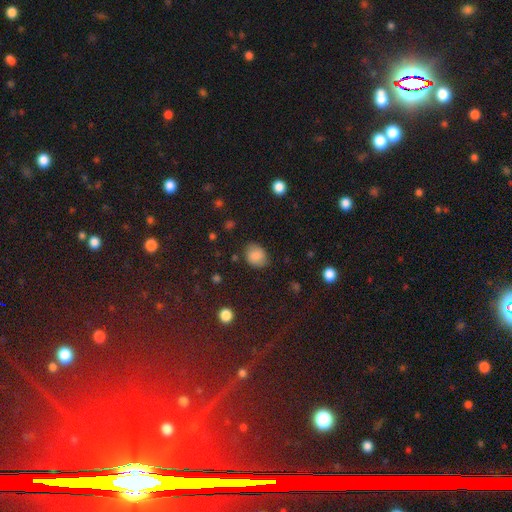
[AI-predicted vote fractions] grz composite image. It shows a smooth galaxy with no disk features (84%) that is round (51%). Merging: none (77%).